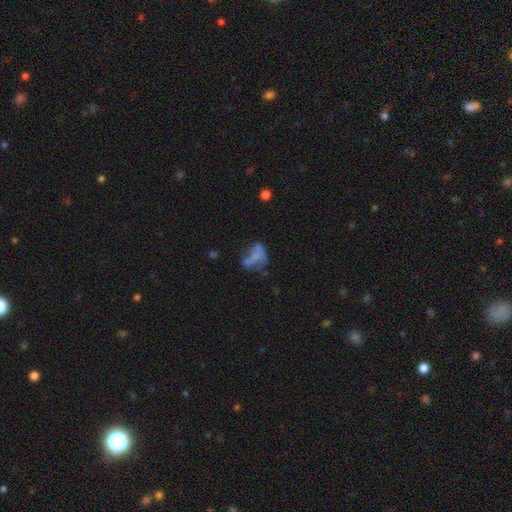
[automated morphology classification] Smooth or featured?
  - smooth: 46% *
  - featured or disk: 38%
  - star or artifact: 15%
Merging?
  - major disturbance: 35% *
  - none: 27%
  - minor disturbance: 19%
  - merger: 19%